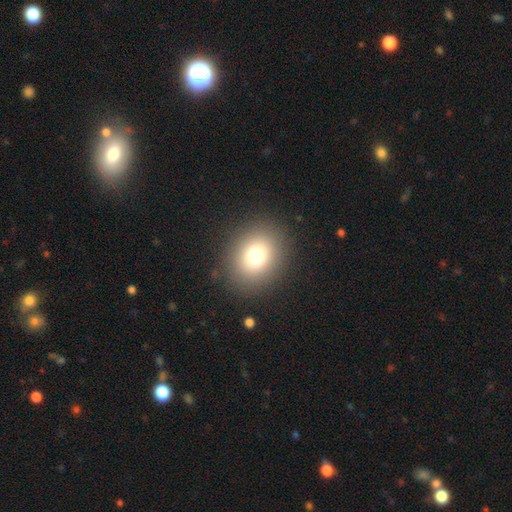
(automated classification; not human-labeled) The model was most divided on "how rounded": round: 65%, in between: 34%, cigar-shaped: 1%. More confident: merging — none (87%); smooth or featured — smooth (73%).